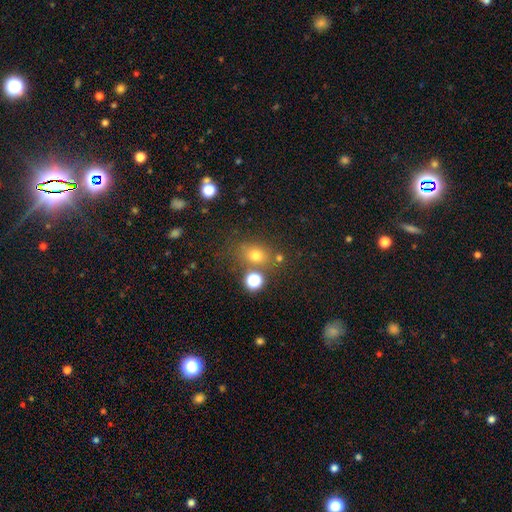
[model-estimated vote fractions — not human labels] Morphology: type=smooth (70%); roundness=in between (49%, tied with round); merging=none (68%).